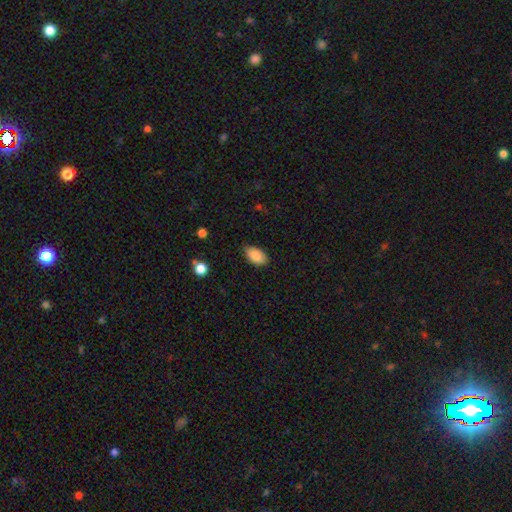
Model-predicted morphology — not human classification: smooth_or_featured: smooth (p=0.87) [alt: star or artifact p=0.07]
how_rounded: in between (p=0.93) [alt: round p=0.05]
merging: none (p=0.80) [alt: minor disturbance p=0.16]